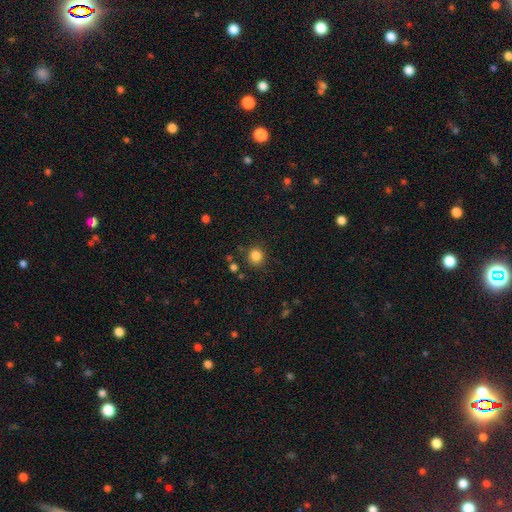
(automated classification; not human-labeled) Overall: smooth (84%). How rounded: round (90%). Merging: none (86%).